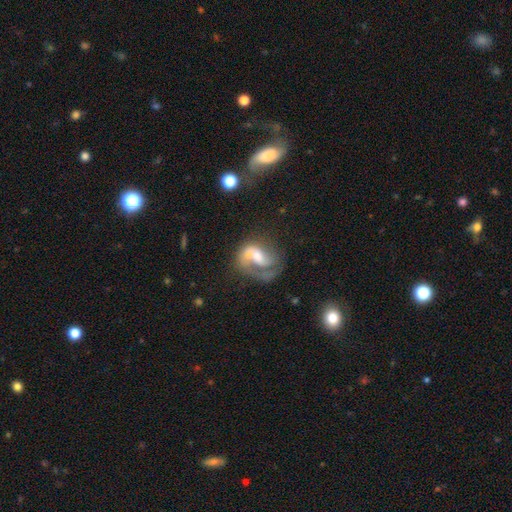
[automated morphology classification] Q: Smooth or featured?
A: featured or disk (70%); runner-up: smooth (22%)
Q: Edge-on disk?
A: no (97%); runner-up: yes (3%)
Q: Bar?
A: no (48%); runner-up: weak (38%)
Q: Spiral arms?
A: yes (83%); runner-up: no (17%)
Q: Spiral winding?
A: medium (41%); runner-up: loose (37%)
Q: Spiral arm count?
A: 1 (63%); runner-up: 2 (24%)
Q: Bulge size?
A: moderate (43%); runner-up: small (29%)
Q: Merging?
A: major disturbance (37%); runner-up: none (33%)